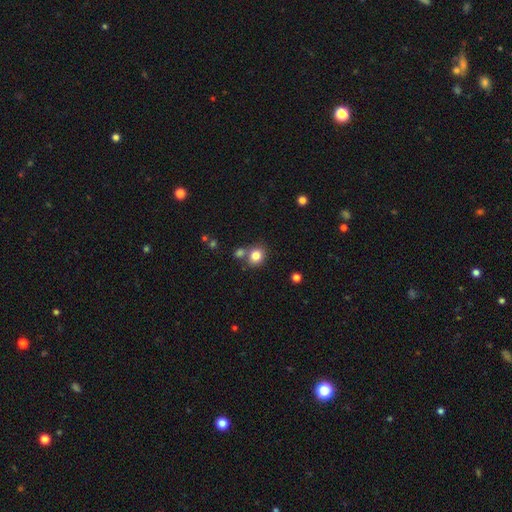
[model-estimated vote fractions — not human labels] smooth 81%, star or artifact 11%, featured or disk 7%. Down the decision tree: how rounded — round (69%); merging — none (64%).